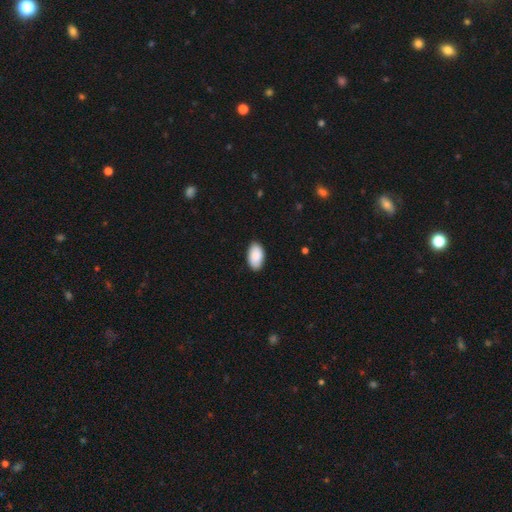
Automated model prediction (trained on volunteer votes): Smooth or featured: smooth — 90% (star or artifact — 6%)
How rounded: in between — 96% (round — 3%)
Merging: none — 88% (minor disturbance — 9%)